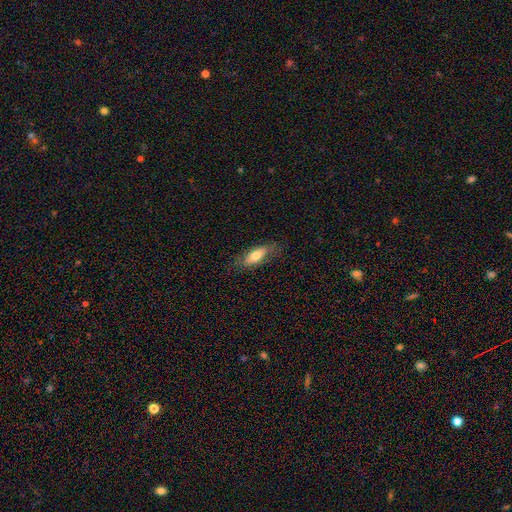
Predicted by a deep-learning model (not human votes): Morphology: type=smooth (68%); roundness=in between (68%); merging=none (74%).